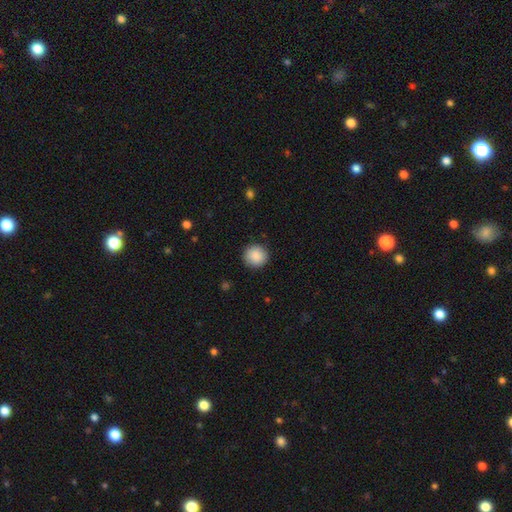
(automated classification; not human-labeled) Smooth or featured?
  - smooth: 89% *
  - star or artifact: 7%
  - featured or disk: 4%
How rounded?
  - round: 94% *
  - in between: 5%
  - cigar-shaped: 1%
Merging?
  - none: 91% *
  - minor disturbance: 6%
  - major disturbance: 2%
  - merger: 1%